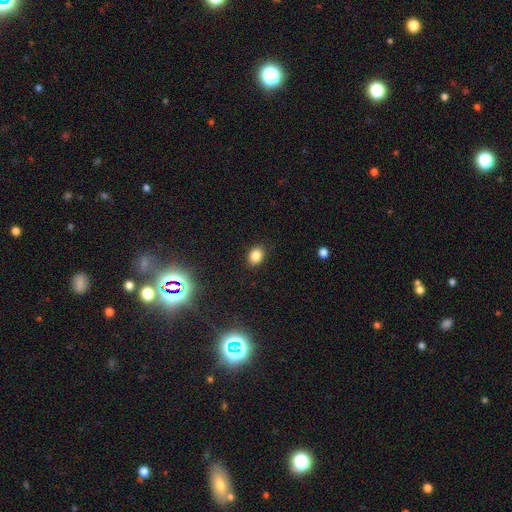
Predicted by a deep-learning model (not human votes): This appears to be a smooth galaxy with no disk features (84%) that is in between round and cigar-shaped (67%). Merging: none (88%).